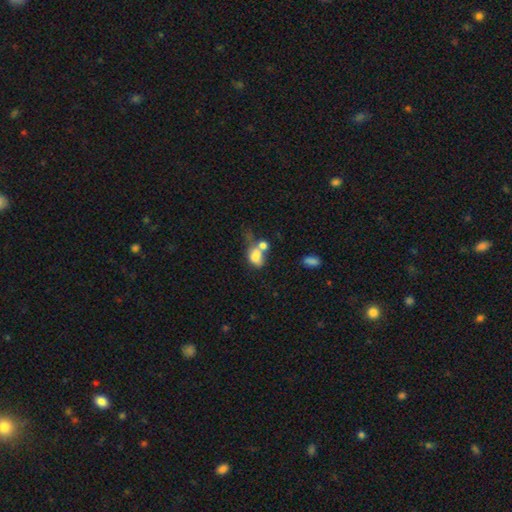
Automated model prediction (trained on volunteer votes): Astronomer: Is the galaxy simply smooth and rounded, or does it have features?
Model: smooth — 68%.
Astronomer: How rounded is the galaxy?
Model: in between — 70%.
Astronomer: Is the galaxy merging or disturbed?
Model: merger — 58%.